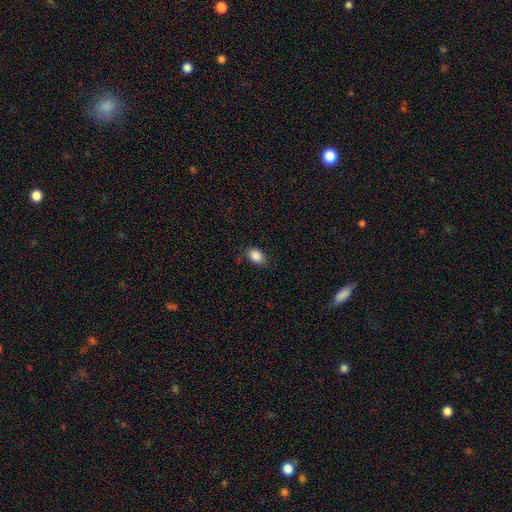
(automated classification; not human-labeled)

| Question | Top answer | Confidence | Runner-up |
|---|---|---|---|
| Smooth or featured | smooth | 87% | star or artifact (9%) |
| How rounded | in between | 75% | round (23%) |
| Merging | none | 80% | minor disturbance (16%) |